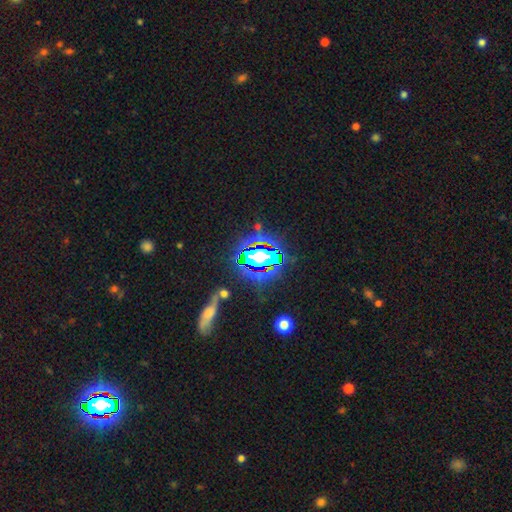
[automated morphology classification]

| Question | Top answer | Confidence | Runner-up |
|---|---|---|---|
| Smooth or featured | star or artifact | 63% | smooth (23%) |